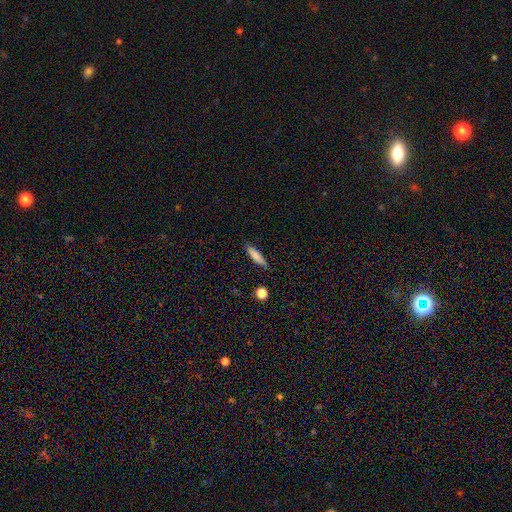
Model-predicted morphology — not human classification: This is clearly a smooth galaxy (81%). How rounded: likely cigar-shaped (77%). Merging: clearly none (86%).